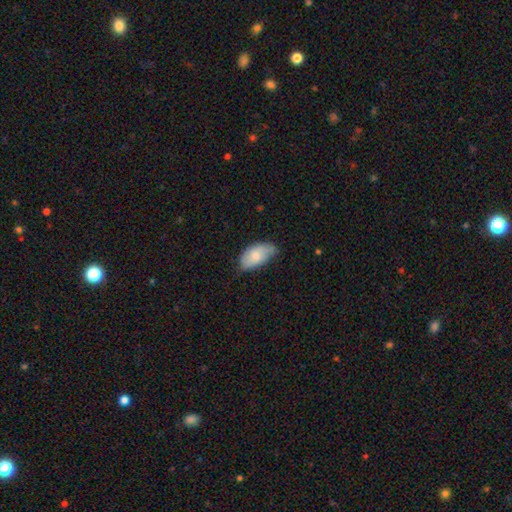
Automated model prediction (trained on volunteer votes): A smooth galaxy with no disk features (76%) that is in between round and cigar-shaped (95%). Merging: none (55%).